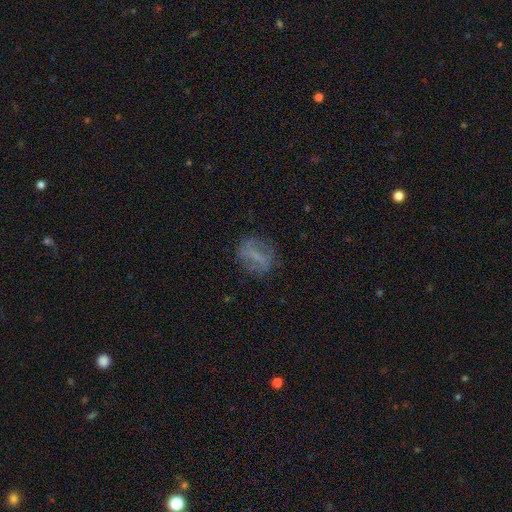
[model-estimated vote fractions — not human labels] Morphology: type=featured or disk (48%); merging=none (73%).